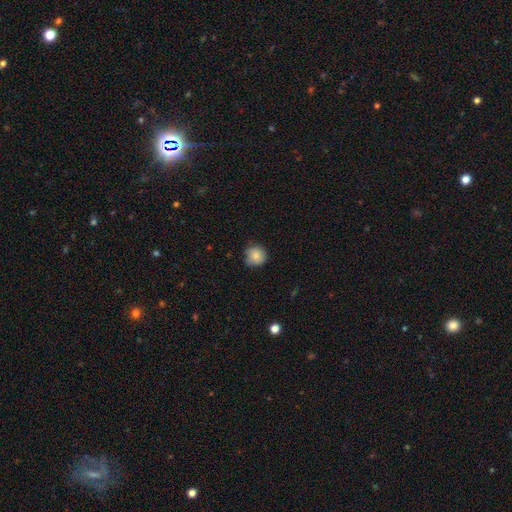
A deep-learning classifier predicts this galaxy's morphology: Smooth or featured?
  - smooth: 84% *
  - star or artifact: 8%
  - featured or disk: 8%
How rounded?
  - round: 90% *
  - in between: 9%
  - cigar-shaped: 1%
Merging?
  - none: 76% *
  - minor disturbance: 20%
  - major disturbance: 3%
  - merger: 1%